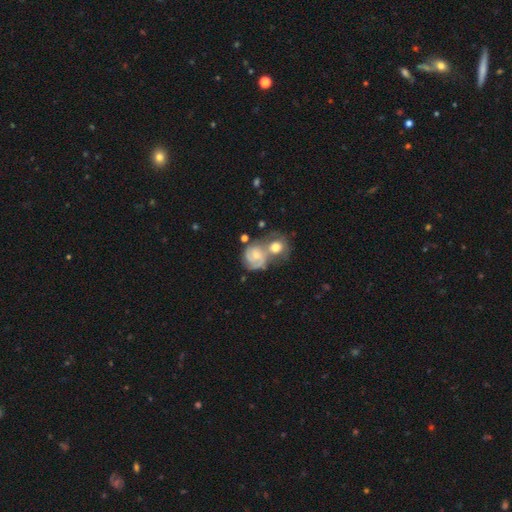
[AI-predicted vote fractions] Smooth or featured? Predicted: featured or disk (p=0.71). Edge-on disk? Predicted: no (p=0.97). Bar? Predicted: no (p=0.70). Spiral arms? Predicted: yes (p=0.90). Spiral winding? Predicted: tight (p=0.59). Spiral arm count? Predicted: 2 (p=0.40). Bulge size? Predicted: moderate (p=0.48). Merging? Predicted: merger (p=0.53).